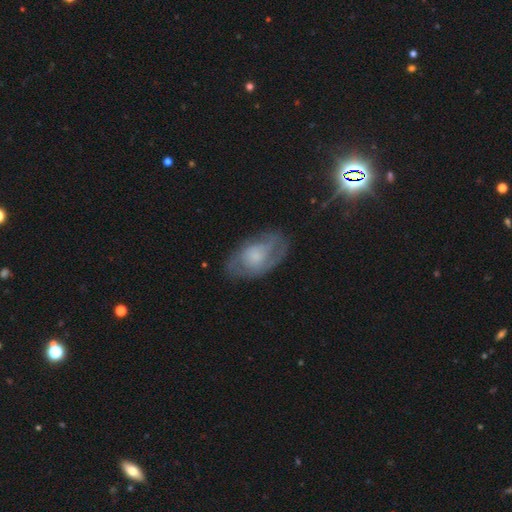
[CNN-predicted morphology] Overall: featured or disk (58%; smooth 35%). Edge-on disk: no (94%). Bar: no (77%). Spiral arms: yes (70%). Bulge size: small (38%; moderate 28%). Merging: none (66%).